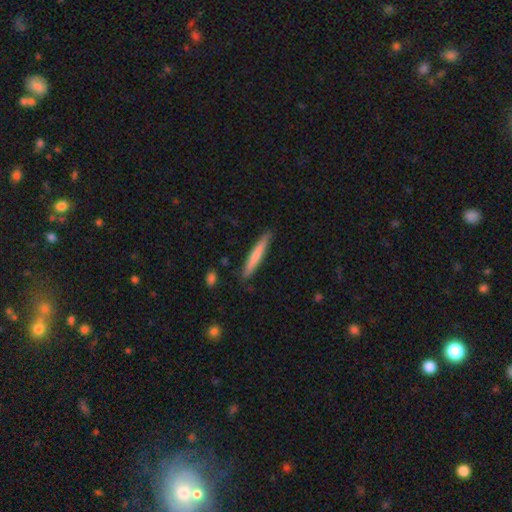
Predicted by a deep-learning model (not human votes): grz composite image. It shows a smooth galaxy with no disk features (71%) that is cigar-shaped (95%). Merging: none (88%).